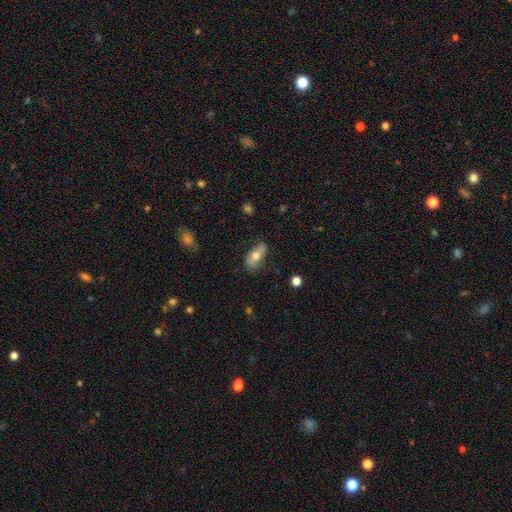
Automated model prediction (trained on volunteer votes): The model was most divided on "smooth or featured": smooth: 62%, featured or disk: 31%, star or artifact: 7%. More confident: how rounded — in between (87%); merging — none (70%).